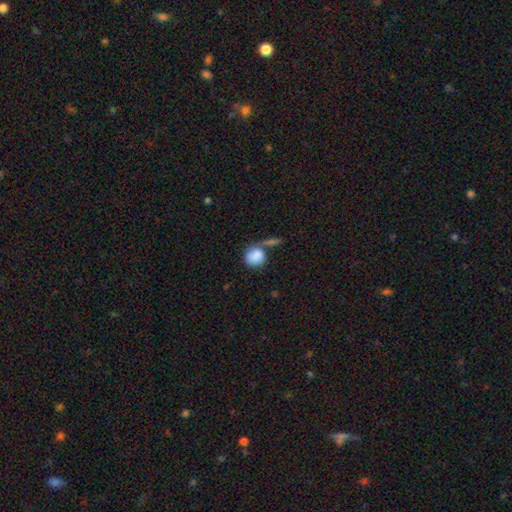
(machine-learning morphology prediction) The model was most divided on "merging": none: 46%, merger: 29%, minor disturbance: 16%, major disturbance: 10%. More confident: smooth or featured — smooth (83%); how rounded — round (79%).